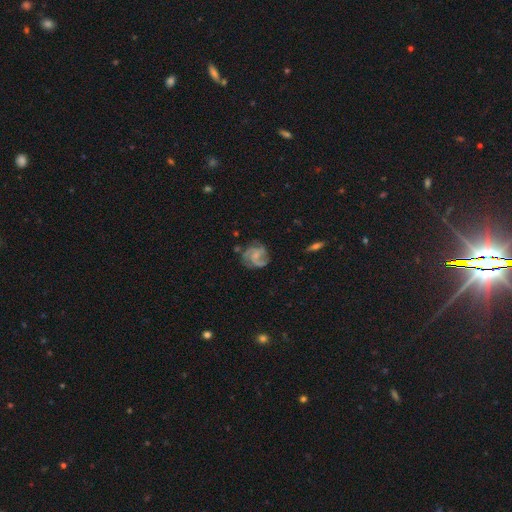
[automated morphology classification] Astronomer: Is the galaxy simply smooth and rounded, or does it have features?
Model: featured or disk — 84%.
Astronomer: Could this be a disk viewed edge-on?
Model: no — 98%.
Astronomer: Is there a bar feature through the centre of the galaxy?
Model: no — 59%.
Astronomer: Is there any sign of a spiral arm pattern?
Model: yes — 97%.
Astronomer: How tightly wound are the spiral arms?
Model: medium — 50% (runner-up: tight, 35%).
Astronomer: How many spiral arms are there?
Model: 3 — 53%.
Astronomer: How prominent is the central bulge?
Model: small — 49% (runner-up: none, 29%).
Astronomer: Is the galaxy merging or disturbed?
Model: none — 71%.